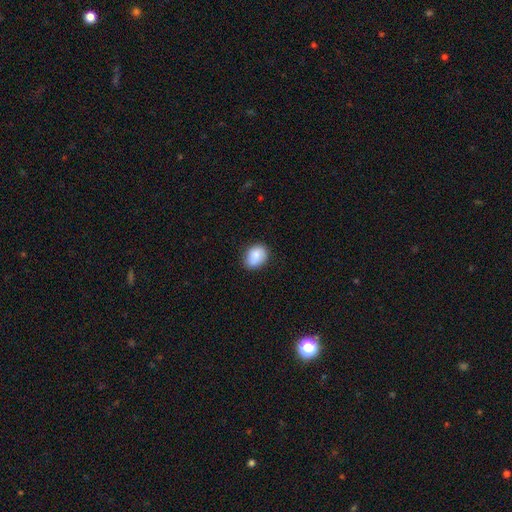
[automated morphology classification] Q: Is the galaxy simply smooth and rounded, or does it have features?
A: smooth — 86%.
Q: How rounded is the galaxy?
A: in between — 62%.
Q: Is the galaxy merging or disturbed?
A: none — 80%.